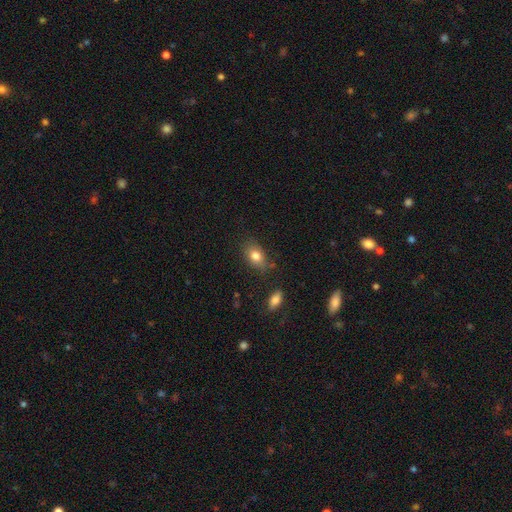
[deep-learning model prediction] A smooth galaxy with no disk features (80%) that is in between round and cigar-shaped (80%).

Vote fractions:
- Smooth or featured? smooth: 80% / featured or disk: 11% / star or artifact: 9%
- How rounded? in between: 80% / round: 18% / cigar-shaped: 2%
- Merging? none: 72% / minor disturbance: 20% / major disturbance: 5% / merger: 4%